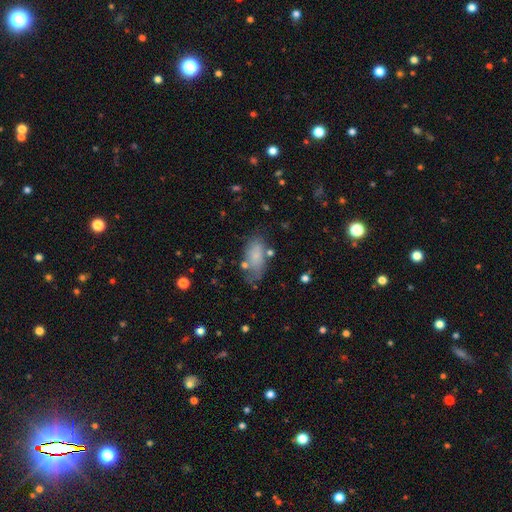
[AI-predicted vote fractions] Smooth or featured? smooth (75%)
How rounded? in between (88%)
Merging? none (58%)